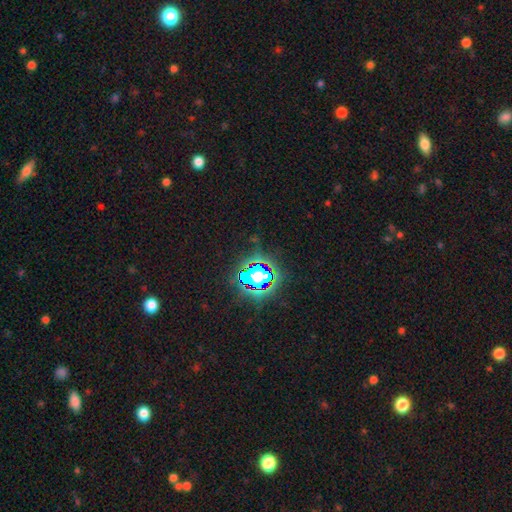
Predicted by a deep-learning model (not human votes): Smooth or featured?
  - star or artifact: 80% *
  - smooth: 13%
  - featured or disk: 7%